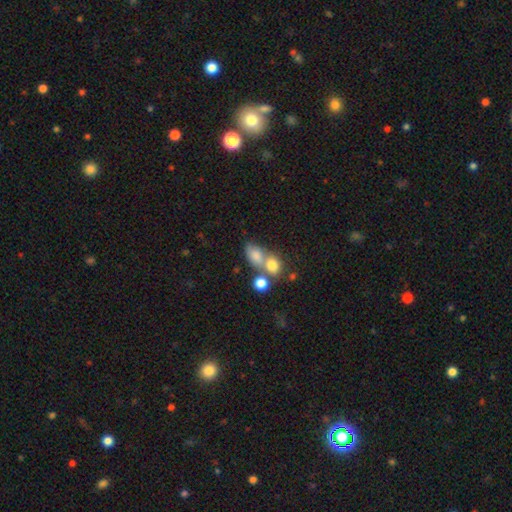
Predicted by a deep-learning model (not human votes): Smooth or featured: smooth — 75% (featured or disk — 13%)
How rounded: in between — 71% (round — 26%)
Merging: merger — 47% (none — 35%)